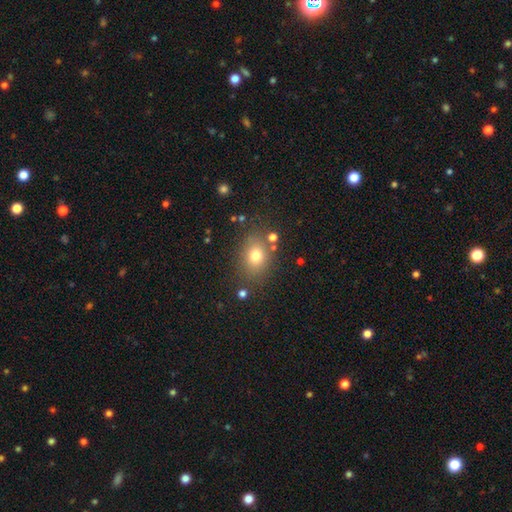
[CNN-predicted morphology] type=smooth (74%); roundness=in between (52%); merging=none (78%).